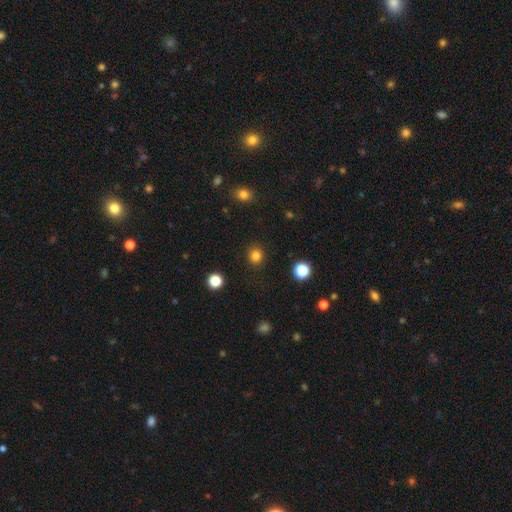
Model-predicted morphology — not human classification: smooth-or-featured: smooth: 83% | star or artifact: 13% | featured or disk: 4%
  how-rounded: round: 85% | in between: 14% | cigar-shaped: 1%
  merging: none: 90% | minor disturbance: 6% | major disturbance: 2% | merger: 1%